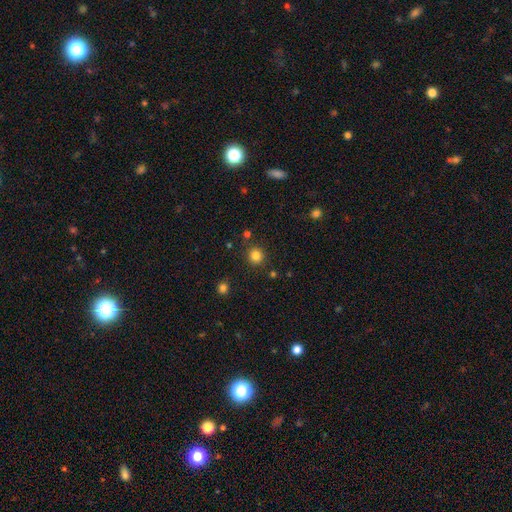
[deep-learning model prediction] Morphology: type=smooth (82%); roundness=round (92%); merging=none (88%).